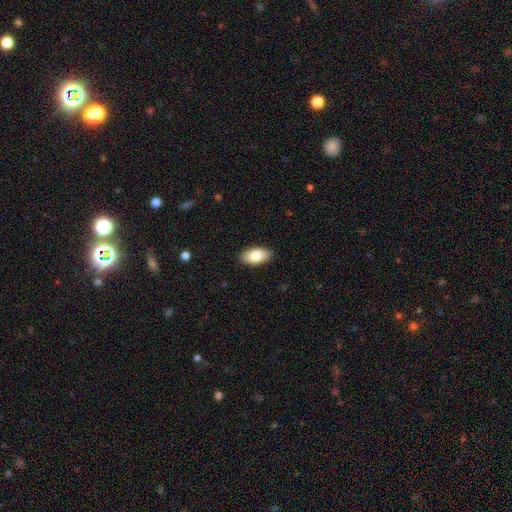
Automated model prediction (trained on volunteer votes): Morphology: type=smooth (81%); roundness=in between (94%); merging=none (89%).